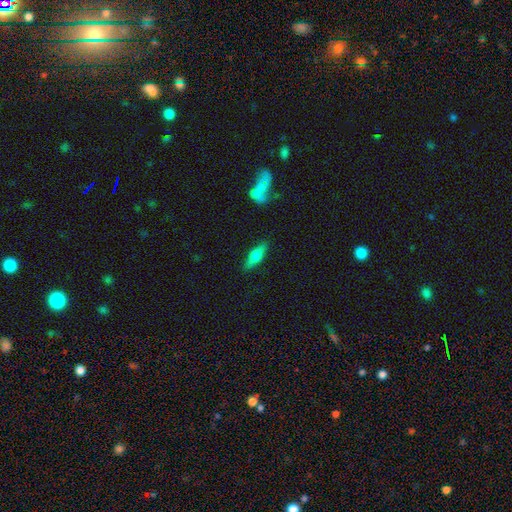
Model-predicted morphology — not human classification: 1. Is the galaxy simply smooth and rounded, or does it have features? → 54% smooth, 39% featured or disk, 7% star or artifact.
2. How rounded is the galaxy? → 52% cigar-shaped, 45% in between, 3% round.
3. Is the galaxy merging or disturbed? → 86% none, 9% minor disturbance, 2% major disturbance, 2% merger.